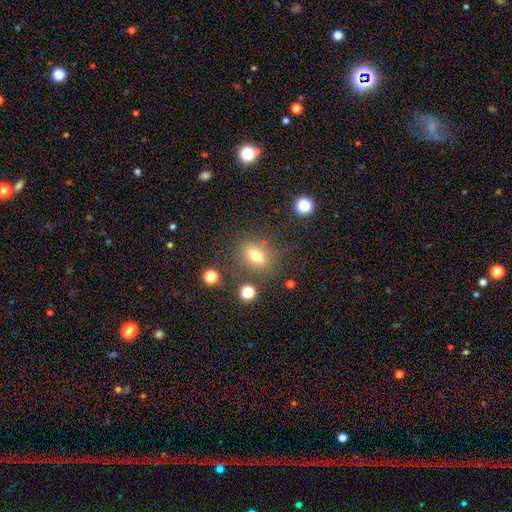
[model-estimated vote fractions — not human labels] Overall: smooth (71%). How rounded: in between (67%; round 30%). Merging: none (78%).